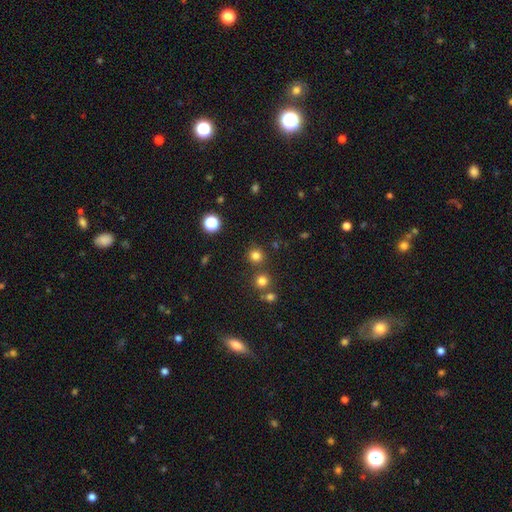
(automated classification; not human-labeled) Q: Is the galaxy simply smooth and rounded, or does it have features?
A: smooth — 78%.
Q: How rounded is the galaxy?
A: round — 93%.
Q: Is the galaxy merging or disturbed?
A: none — 83%.